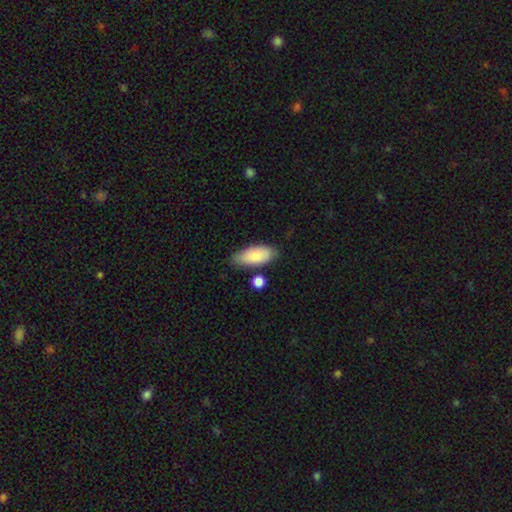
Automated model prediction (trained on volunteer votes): A smooth galaxy with no disk features (81%) that is in between round and cigar-shaped (87%). Merging: none (73%).